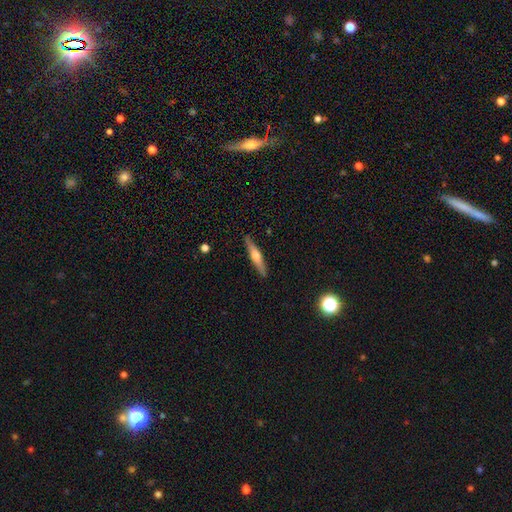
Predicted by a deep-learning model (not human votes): A featured or disk galaxy (57%) viewed edge-on (95%) with a rounded central bulge (88%).

Vote fractions:
- Smooth or featured? featured or disk: 57% / smooth: 37% / star or artifact: 6%
- Edge-on disk? yes: 95% / no: 5%
- Edge-on bulge? rounded: 88% / none: 6% / boxy: 6%
- Merging? none: 89% / minor disturbance: 8% / major disturbance: 2% / merger: 1%